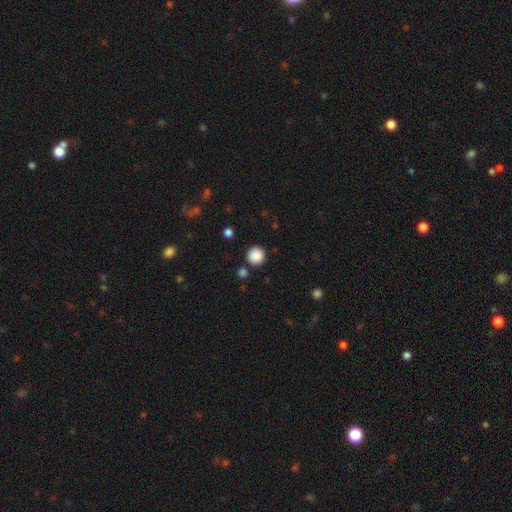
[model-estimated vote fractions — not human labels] Smooth or featured? smooth (88%)
How rounded? round (95%)
Merging? none (87%)